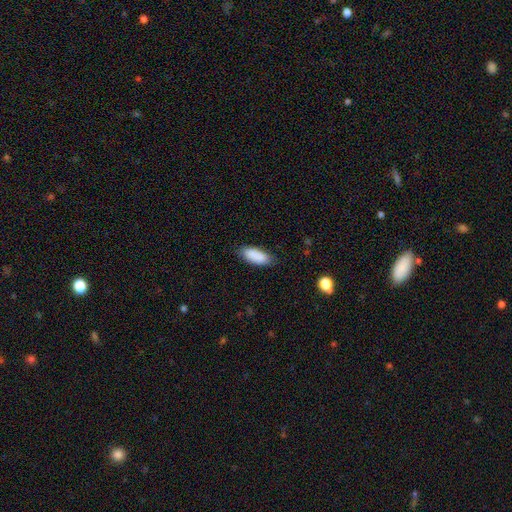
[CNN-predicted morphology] Smooth or featured: smooth — 89% (star or artifact — 6%)
How rounded: in between — 82% (cigar-shaped — 16%)
Merging: none — 82% (minor disturbance — 14%)